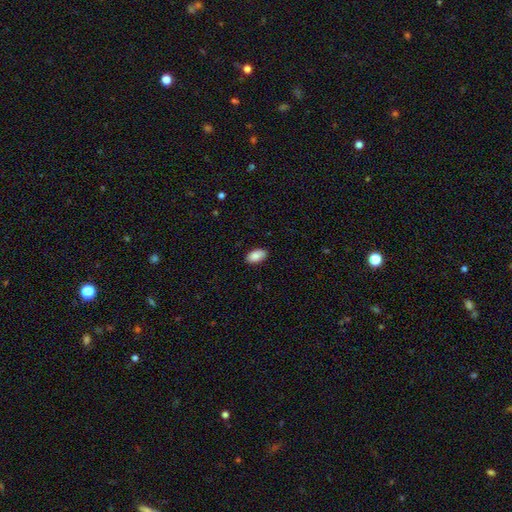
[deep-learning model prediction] This is clearly a smooth galaxy (87%). How rounded: clearly in between (95%). Merging: clearly none (88%).